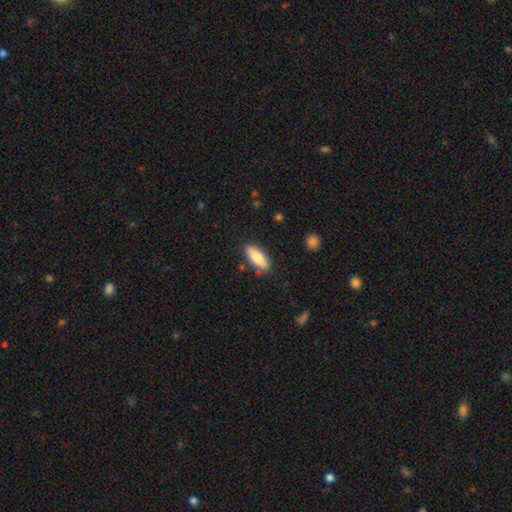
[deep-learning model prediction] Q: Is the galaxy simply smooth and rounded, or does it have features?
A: smooth — 80%.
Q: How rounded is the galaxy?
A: in between — 64%.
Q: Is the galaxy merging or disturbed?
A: none — 85%.